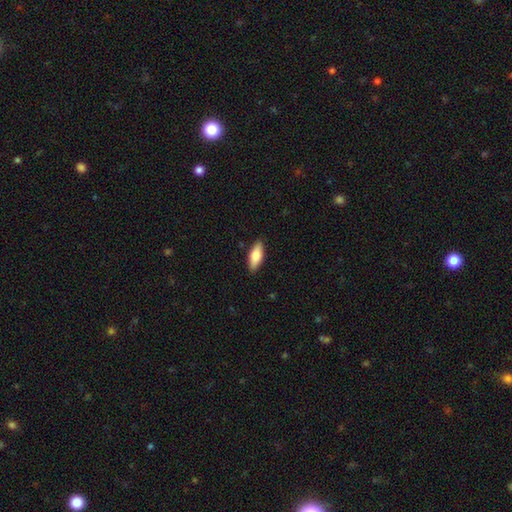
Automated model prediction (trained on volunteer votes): Smooth or featured: smooth — 76% (featured or disk — 18%)
How rounded: in between — 76% (cigar-shaped — 22%)
Merging: none — 89% (minor disturbance — 9%)